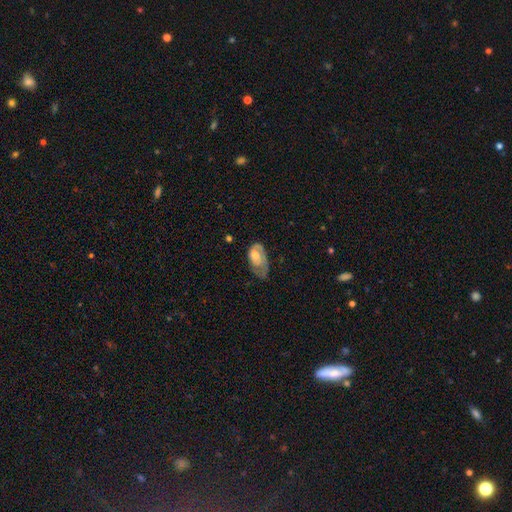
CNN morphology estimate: type=smooth (47%, tied with featured or disk); merging=minor disturbance (37%).